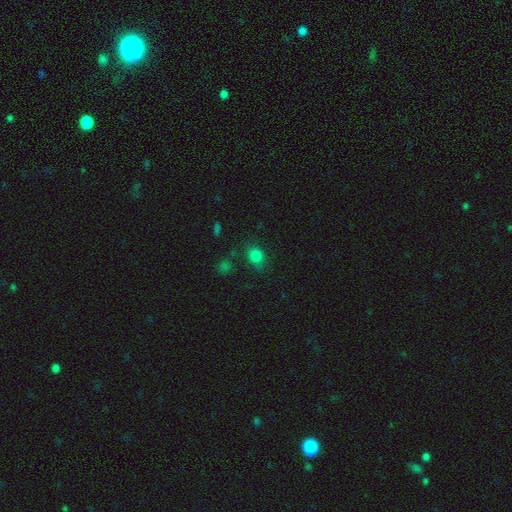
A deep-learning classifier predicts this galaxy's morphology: The model was most divided on "how rounded": round: 54%, in between: 44%, cigar-shaped: 2%. More confident: smooth or featured — smooth (81%); merging — none (71%).